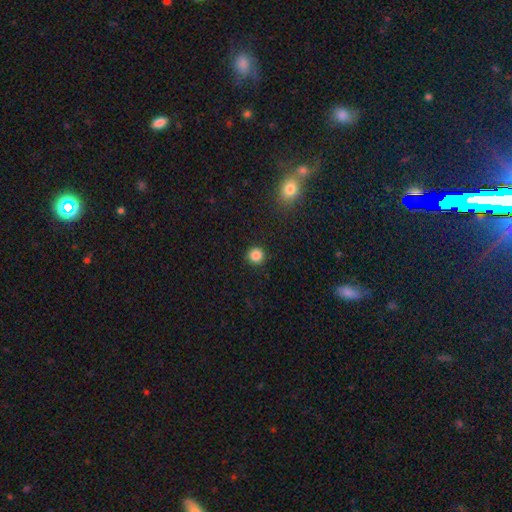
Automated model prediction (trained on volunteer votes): The model was most divided on "smooth or featured": smooth: 86%, star or artifact: 11%, featured or disk: 3%. More confident: how rounded — round (94%); merging — none (92%).